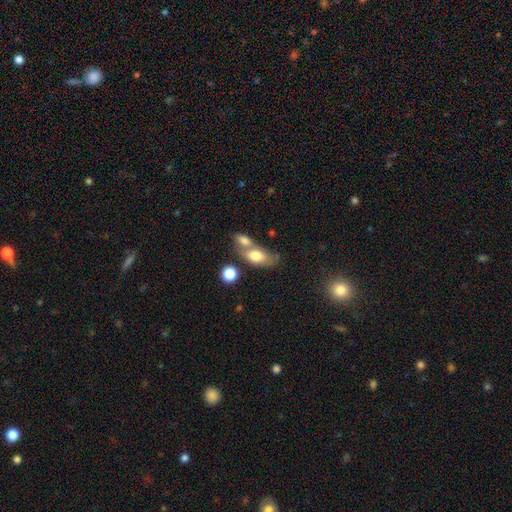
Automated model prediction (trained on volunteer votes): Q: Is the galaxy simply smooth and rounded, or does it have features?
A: smooth — 71%.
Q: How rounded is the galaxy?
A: in between — 83%.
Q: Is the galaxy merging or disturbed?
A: merger — 50%.